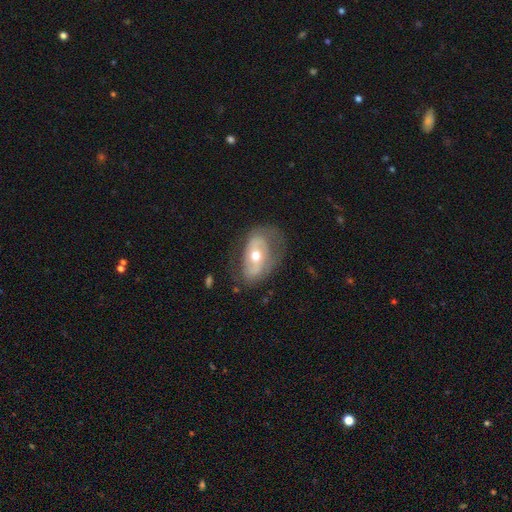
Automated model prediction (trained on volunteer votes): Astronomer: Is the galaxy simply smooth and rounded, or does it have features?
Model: featured or disk — 63%.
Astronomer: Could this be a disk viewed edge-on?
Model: no — 93%.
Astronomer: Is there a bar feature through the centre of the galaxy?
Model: no — 62%.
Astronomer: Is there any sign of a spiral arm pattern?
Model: yes — 57% (runner-up: no, 43%).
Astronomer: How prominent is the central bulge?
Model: moderate — 73%.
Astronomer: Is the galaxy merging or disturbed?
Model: none — 58%.